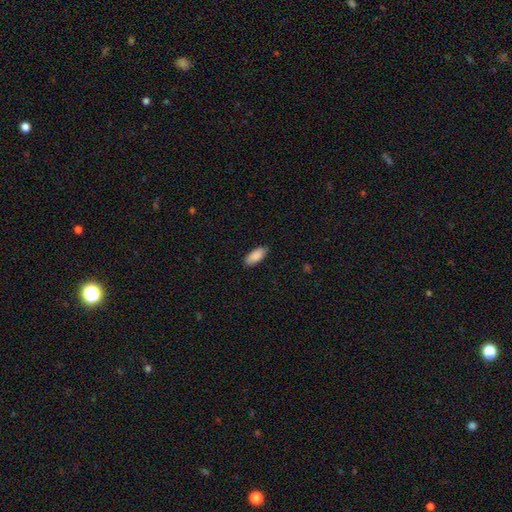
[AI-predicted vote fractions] This is clearly a smooth galaxy (90%). How rounded: clearly in between (87%). Merging: clearly none (88%).